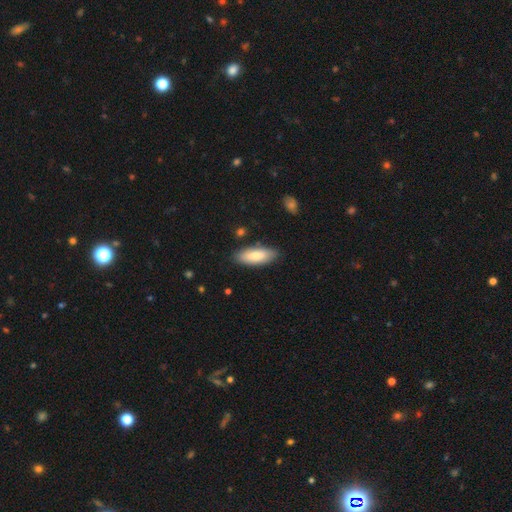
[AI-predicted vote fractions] A smooth galaxy with no disk features (80%) that is in between round and cigar-shaped (74%).

Vote fractions:
- Smooth or featured? smooth: 80% / featured or disk: 15% / star or artifact: 6%
- How rounded? in between: 74% / cigar-shaped: 25% / round: 2%
- Merging? none: 85% / minor disturbance: 11% / major disturbance: 2% / merger: 2%